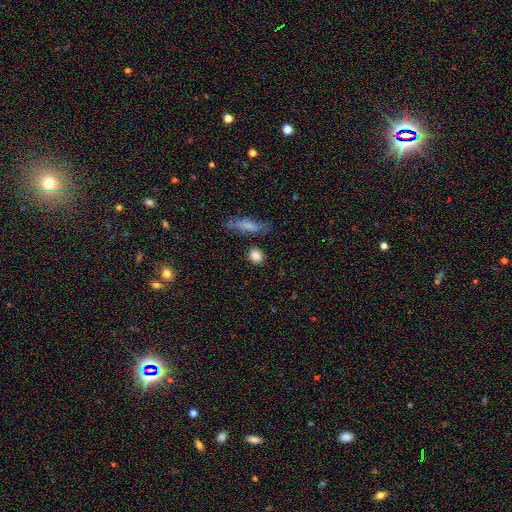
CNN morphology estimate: Q: Smooth or featured?
A: smooth (86%); runner-up: star or artifact (9%)
Q: How rounded?
A: round (73%); runner-up: in between (23%)
Q: Merging?
A: none (82%); runner-up: minor disturbance (10%)